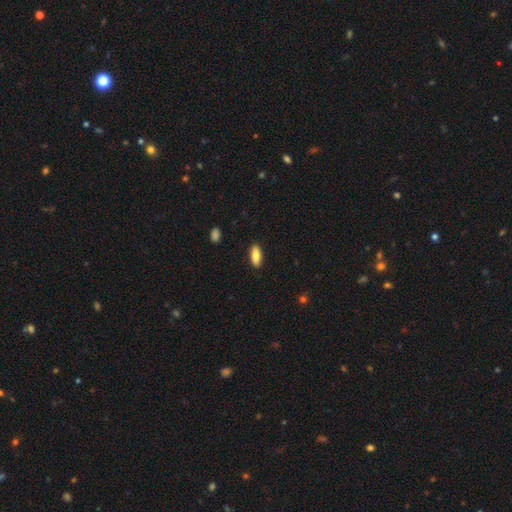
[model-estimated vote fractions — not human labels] Smooth or featured? Predicted: smooth (p=0.80). How rounded? Predicted: in between (p=0.76). Merging? Predicted: none (p=0.89).